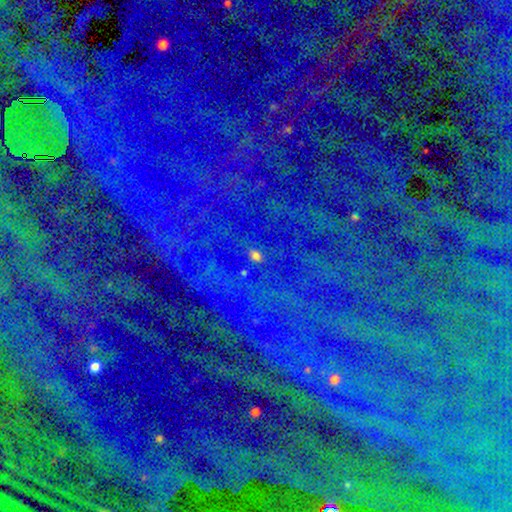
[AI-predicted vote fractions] Smooth or featured?
  - star or artifact: 63% *
  - smooth: 26%
  - featured or disk: 11%